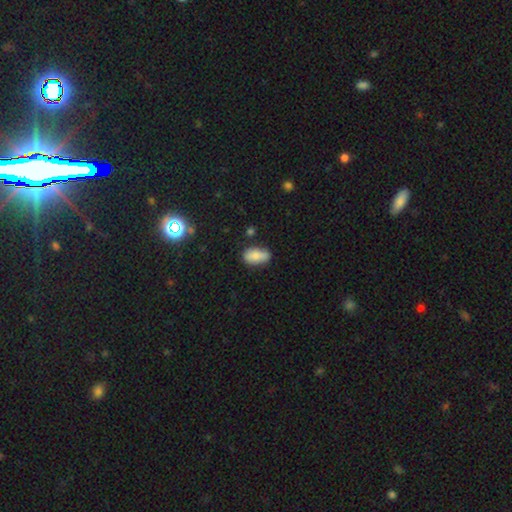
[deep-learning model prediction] Morphology: type=smooth (78%); roundness=in between (90%); merging=none (61%).